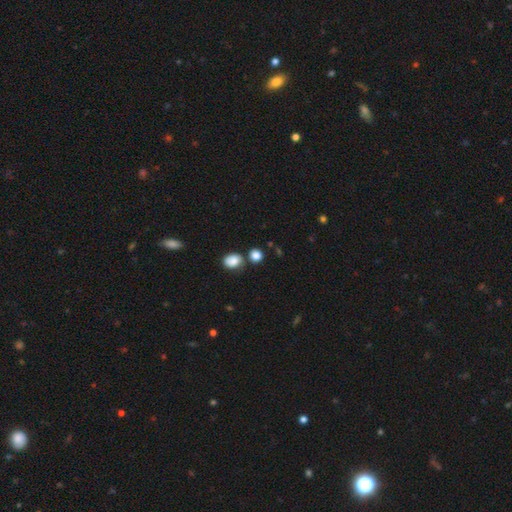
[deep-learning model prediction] Q: Smooth or featured?
A: smooth (84%); runner-up: star or artifact (11%)
Q: How rounded?
A: round (74%); runner-up: in between (25%)
Q: Merging?
A: none (66%); runner-up: merger (19%)